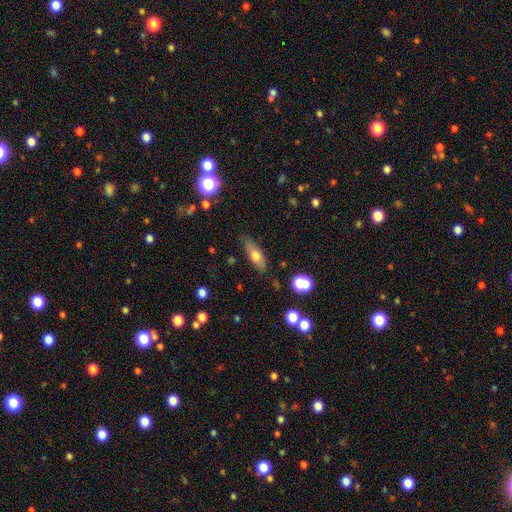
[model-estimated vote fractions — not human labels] smooth_or_featured: smooth (p=0.68) [alt: featured or disk p=0.25]
how_rounded: in between (p=0.68) [alt: cigar-shaped p=0.28]
merging: none (p=0.78) [alt: minor disturbance p=0.16]